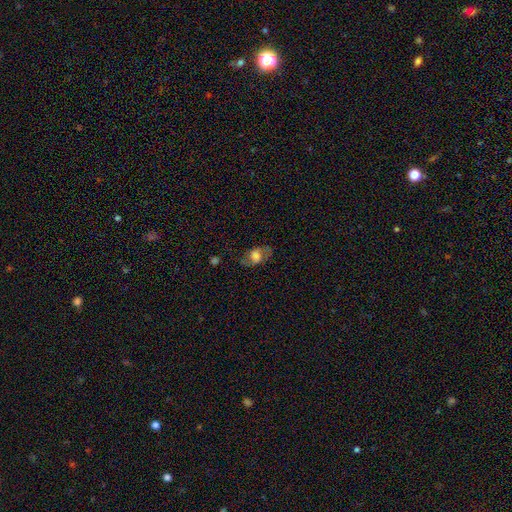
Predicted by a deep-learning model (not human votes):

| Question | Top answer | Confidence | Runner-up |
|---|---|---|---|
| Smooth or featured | smooth | 46% | featured or disk (44%) |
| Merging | none | 65% | minor disturbance (20%) |